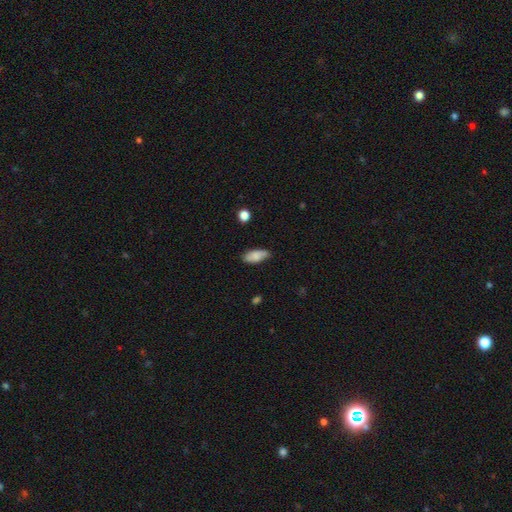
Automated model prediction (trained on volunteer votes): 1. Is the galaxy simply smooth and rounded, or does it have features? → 79% smooth, 14% featured or disk, 7% star or artifact.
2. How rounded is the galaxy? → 87% in between, 11% cigar-shaped, 3% round.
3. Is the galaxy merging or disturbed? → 75% none, 20% minor disturbance, 3% major disturbance, 2% merger.